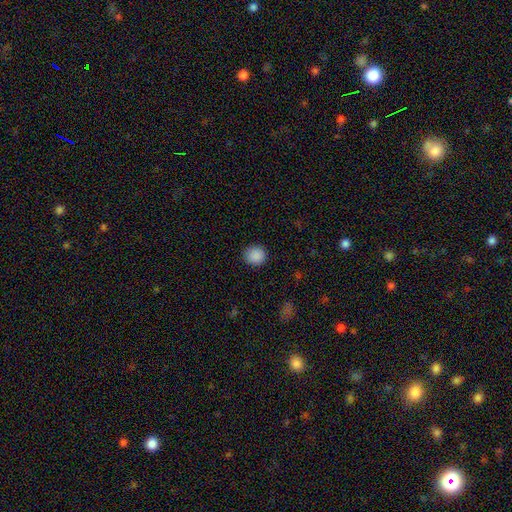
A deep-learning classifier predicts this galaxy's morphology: The model was most divided on "how rounded": round: 87%, in between: 12%, cigar-shaped: 1%. More confident: merging — none (90%); smooth or featured — smooth (89%).